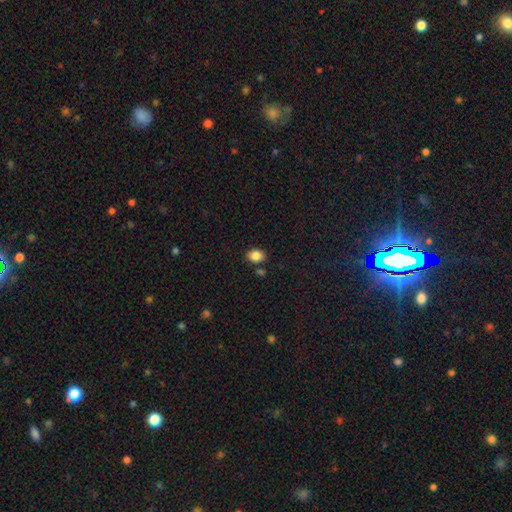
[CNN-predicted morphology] Smooth or featured: smooth — 86% (star or artifact — 10%)
How rounded: in between — 59% (round — 40%)
Merging: none — 80% (minor disturbance — 11%)